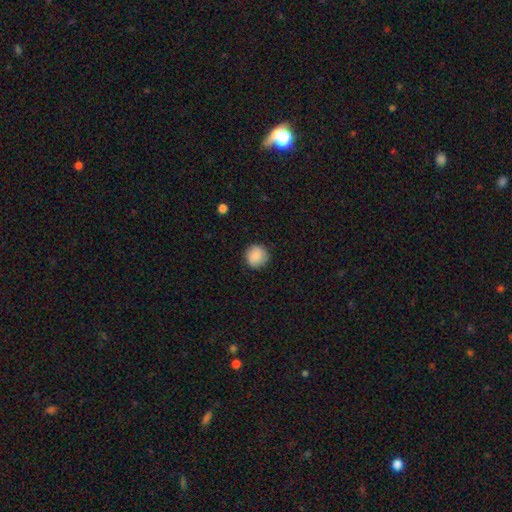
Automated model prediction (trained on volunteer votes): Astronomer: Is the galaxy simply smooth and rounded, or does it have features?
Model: smooth — 87%.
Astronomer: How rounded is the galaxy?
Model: round — 94%.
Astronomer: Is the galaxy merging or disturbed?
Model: none — 89%.